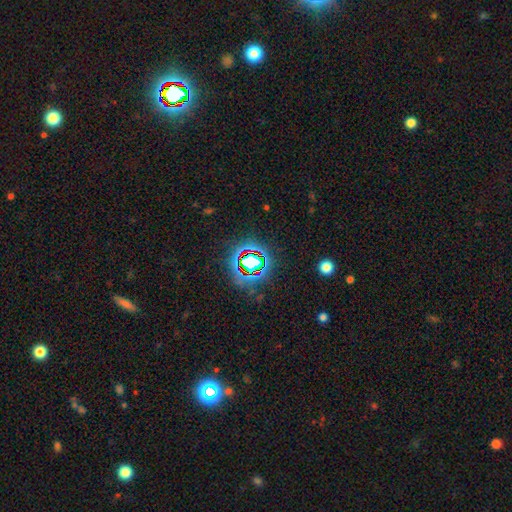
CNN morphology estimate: A star or artifact, not a galaxy (78%).

Vote fractions:
- Smooth or featured? star or artifact: 78% / smooth: 13% / featured or disk: 9%